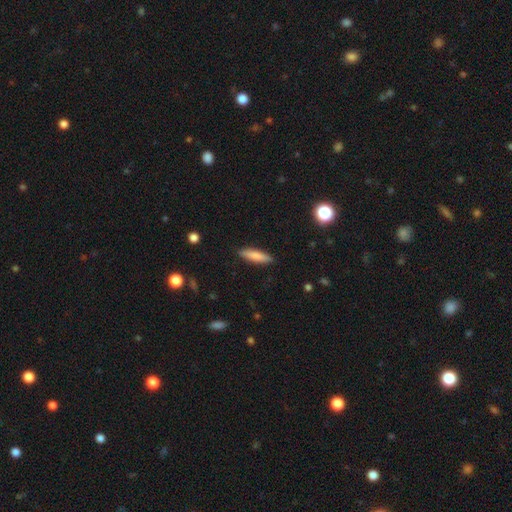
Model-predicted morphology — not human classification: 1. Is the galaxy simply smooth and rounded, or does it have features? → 81% smooth, 12% featured or disk, 6% star or artifact.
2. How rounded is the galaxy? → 73% cigar-shaped, 25% in between, 2% round.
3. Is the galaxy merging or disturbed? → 89% none, 8% minor disturbance, 2% major disturbance, 1% merger.